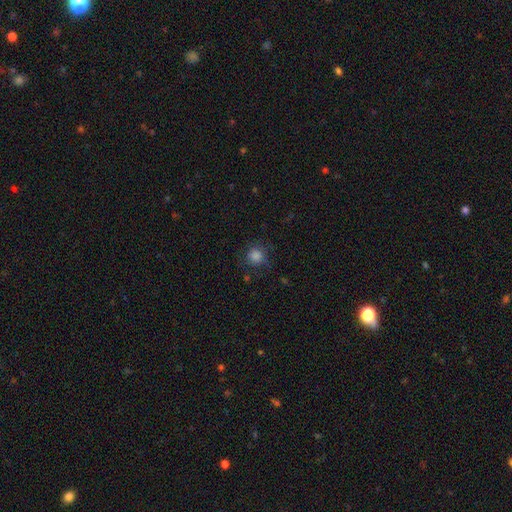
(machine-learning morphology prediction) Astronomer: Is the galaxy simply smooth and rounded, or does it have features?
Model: smooth — 82%.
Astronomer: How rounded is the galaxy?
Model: round — 91%.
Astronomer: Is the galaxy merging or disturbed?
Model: none — 76%.